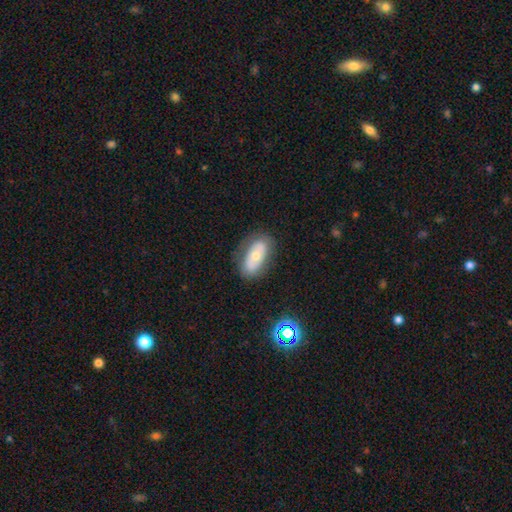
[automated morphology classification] Smooth or featured? smooth (54%)
How rounded? in between (89%)
Merging? none (76%)